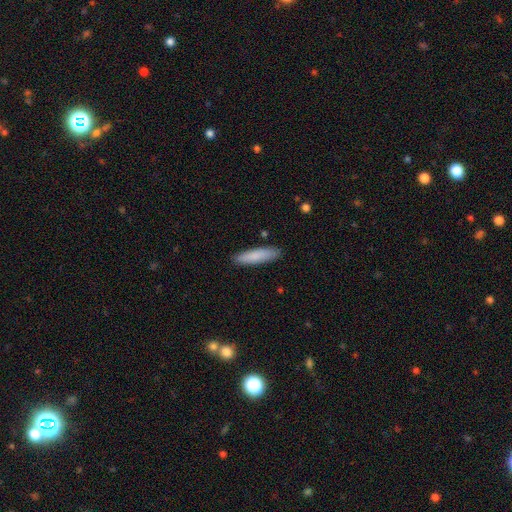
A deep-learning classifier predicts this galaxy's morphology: A smooth galaxy with no disk features (84%) that is cigar-shaped (77%).

Vote fractions:
- Smooth or featured? smooth: 84% / featured or disk: 10% / star or artifact: 6%
- How rounded? cigar-shaped: 77% / in between: 22% / round: 1%
- Merging? none: 88% / minor disturbance: 9% / major disturbance: 2% / merger: 1%